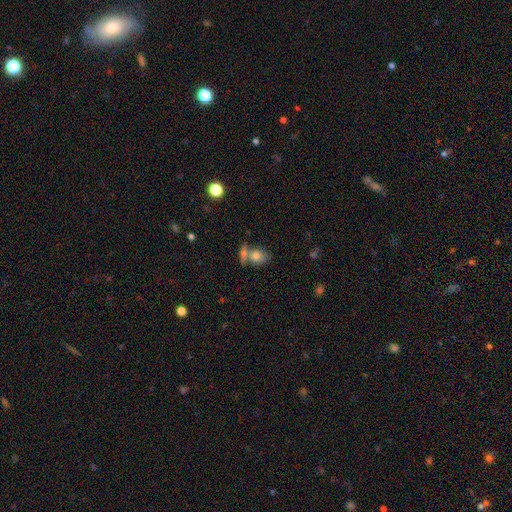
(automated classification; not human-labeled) A smooth galaxy with no disk features (74%) that is in between round and cigar-shaped (58%). Merging: none (43%).